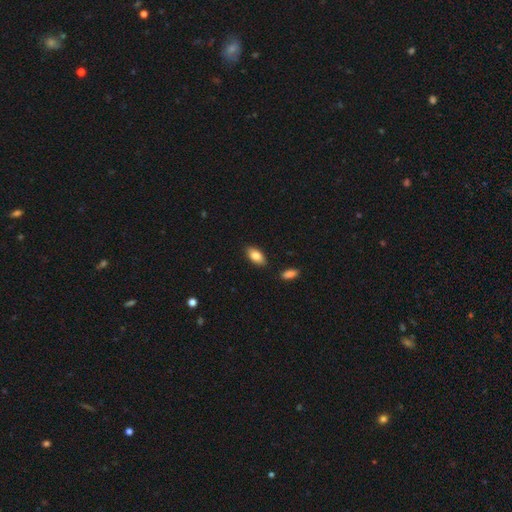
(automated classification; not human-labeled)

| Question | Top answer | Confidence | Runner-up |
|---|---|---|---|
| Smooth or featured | smooth | 84% | featured or disk (9%) |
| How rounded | in between | 92% | cigar-shaped (5%) |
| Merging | none | 85% | minor disturbance (10%) |